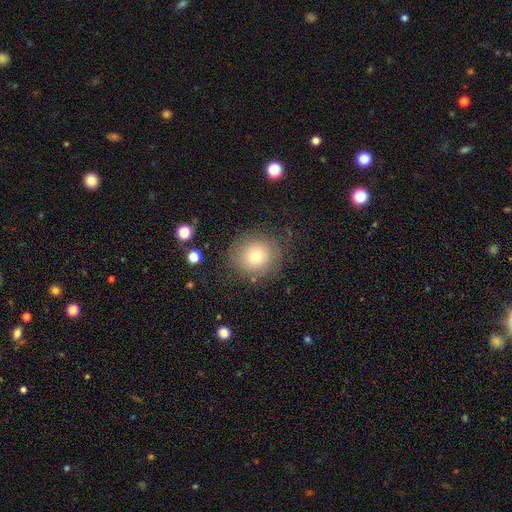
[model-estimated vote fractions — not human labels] smooth-or-featured: smooth: 72% | star or artifact: 14% | featured or disk: 14%
  how-rounded: round: 90% | in between: 9% | cigar-shaped: 1%
  merging: none: 82% | minor disturbance: 11% | major disturbance: 5% | merger: 2%